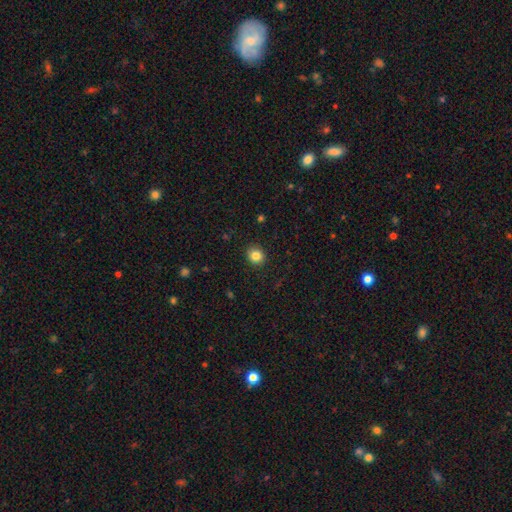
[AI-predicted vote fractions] A smooth galaxy with no disk features (84%) that is round (81%). Merging: none (91%).